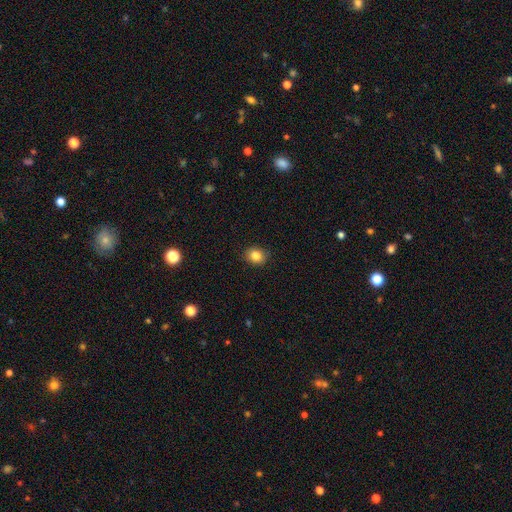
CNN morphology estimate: Smooth or featured? smooth (84%)
How rounded? round (61%)
Merging? none (89%)